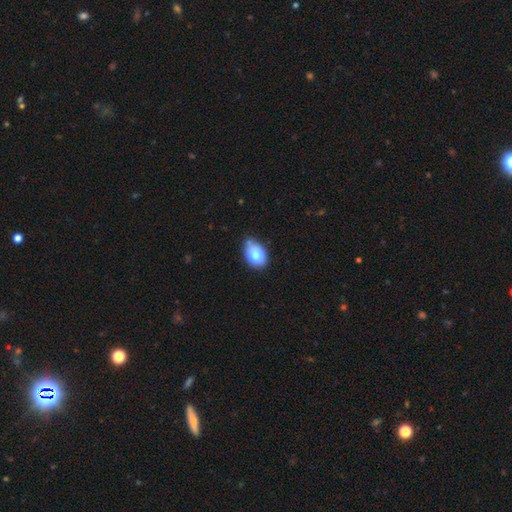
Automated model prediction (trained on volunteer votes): The model was most divided on "merging": none: 69%, minor disturbance: 22%, merger: 5%, major disturbance: 4%. More confident: smooth or featured — smooth (80%); how rounded — in between (79%).